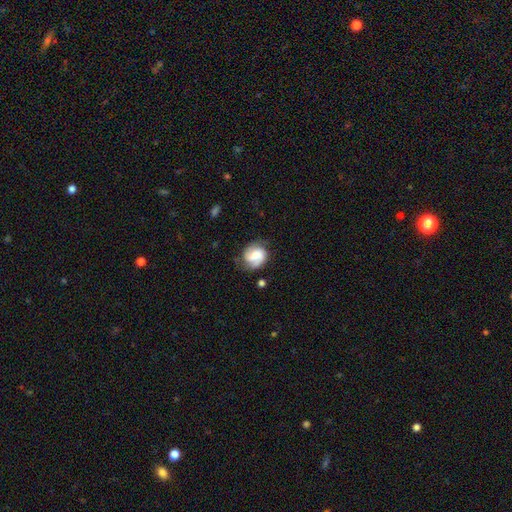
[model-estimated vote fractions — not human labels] Overall: featured or disk (62%; smooth 30%). Edge-on disk: no (98%). Bar: weak (45%; no 38%). Spiral arms: yes (92%). Spiral arm count: 2 (80%). Spiral winding: medium (43%; tight 36%). Bulge size: moderate (34%; small 28%). Merging: none (69%).